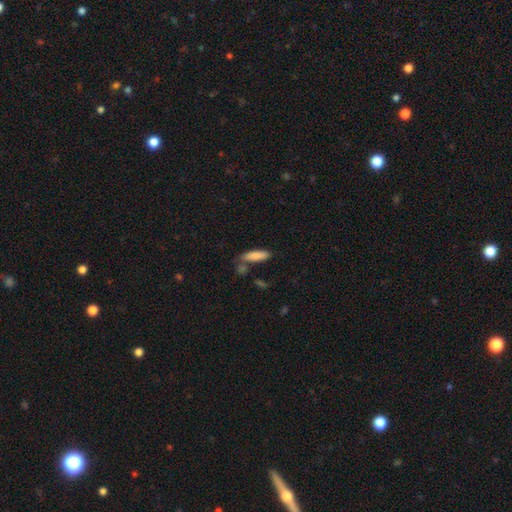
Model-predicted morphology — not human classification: This is clearly a smooth galaxy (82%). How rounded: likely cigar-shaped (61%). Merging: likely none (64%).